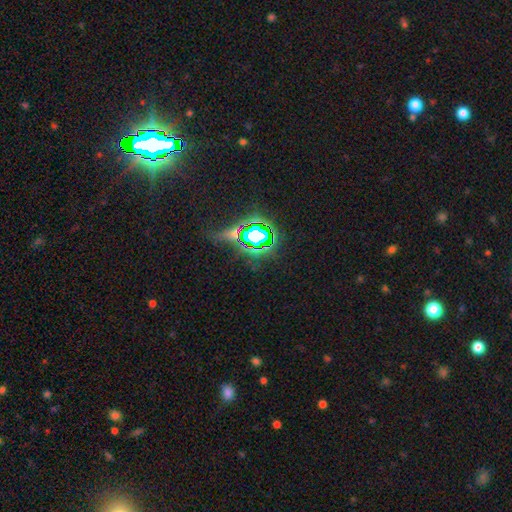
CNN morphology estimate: type=star or artifact (81%).